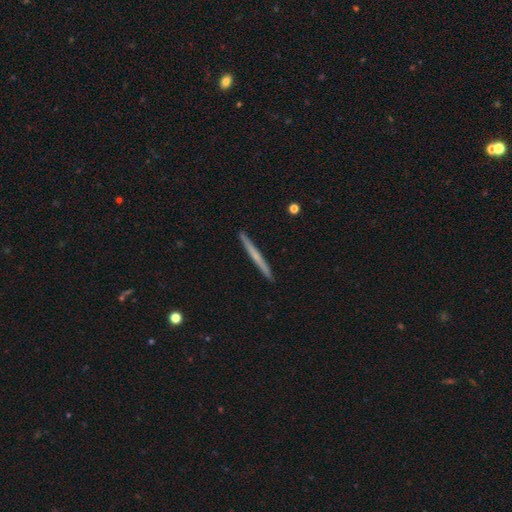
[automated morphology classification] smooth-or-featured: smooth: 49% | featured or disk: 45% | star or artifact: 5%
  merging: none: 92% | minor disturbance: 5% | major disturbance: 1% | merger: 1%